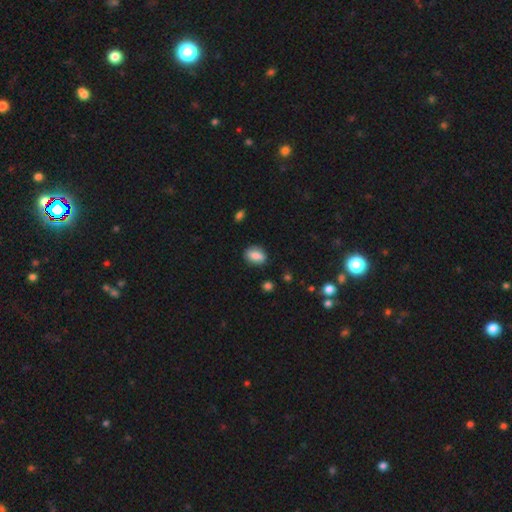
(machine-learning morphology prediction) A smooth galaxy with no disk features (83%) that is in between round and cigar-shaped (79%). Merging: none (81%).